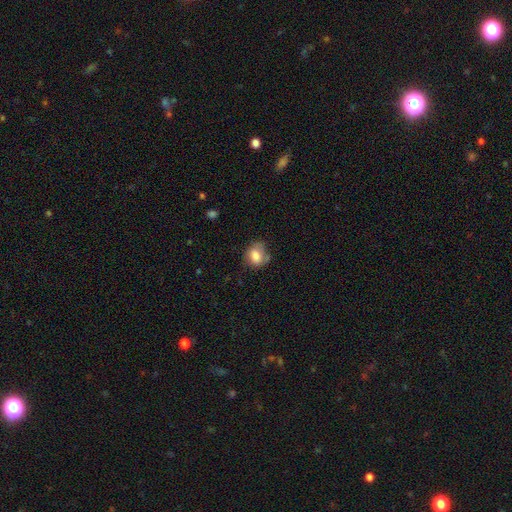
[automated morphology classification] smooth 76%, featured or disk 15%, star or artifact 9%. Down the decision tree: how rounded — in between (54%); merging — none (51%).